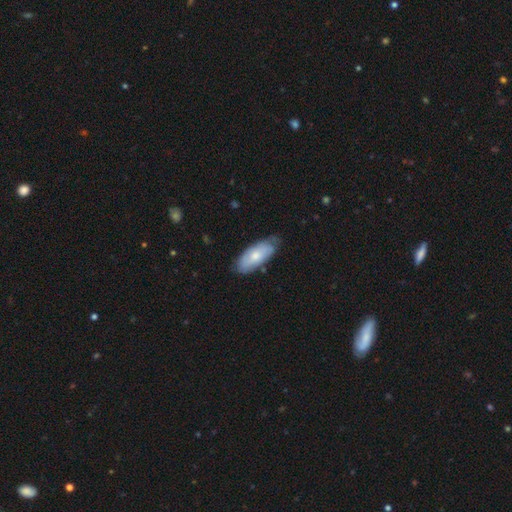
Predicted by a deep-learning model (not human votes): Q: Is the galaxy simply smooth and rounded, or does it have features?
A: smooth — 63%.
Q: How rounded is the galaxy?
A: in between — 84%.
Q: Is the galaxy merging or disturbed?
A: none — 65%.